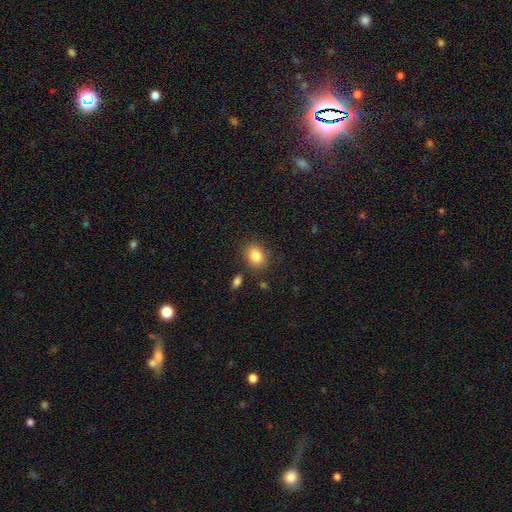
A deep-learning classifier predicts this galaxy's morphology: A smooth galaxy with no disk features (84%) that is in between round and cigar-shaped (59%). Merging: none (81%).